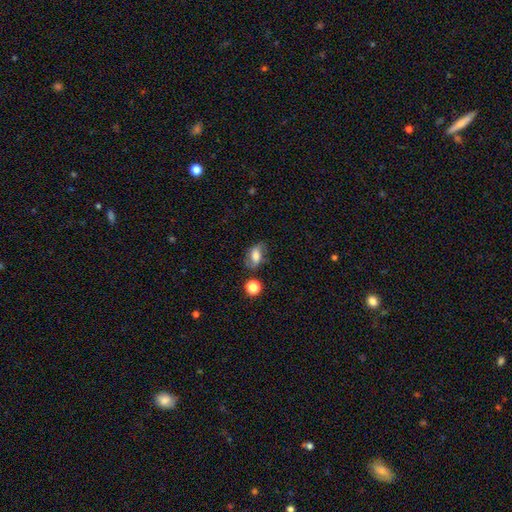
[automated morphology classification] type=smooth (58%); roundness=in between (82%); merging=none (67%).